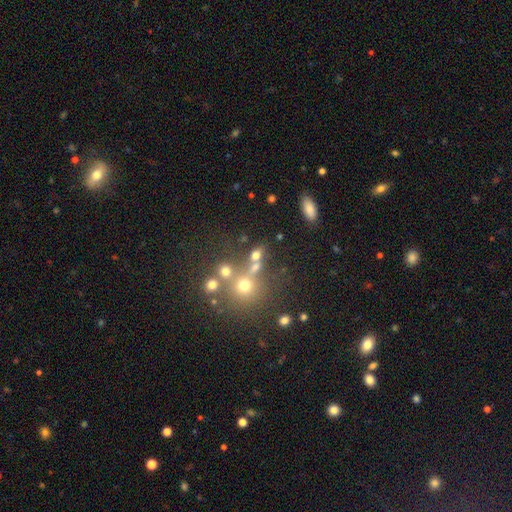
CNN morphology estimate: This appears to be a smooth galaxy with no disk features (66%) that is in between round and cigar-shaped (49%). Merging: none (54%).